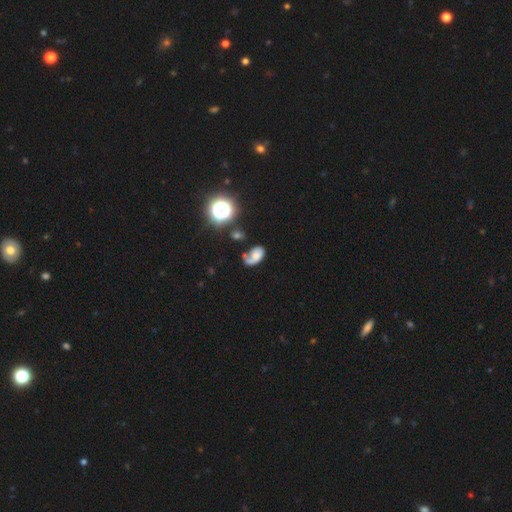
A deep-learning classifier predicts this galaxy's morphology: Q: Smooth or featured?
A: smooth (44%); runner-up: featured or disk (43%)
Q: Merging?
A: none (32%); runner-up: major disturbance (31%)